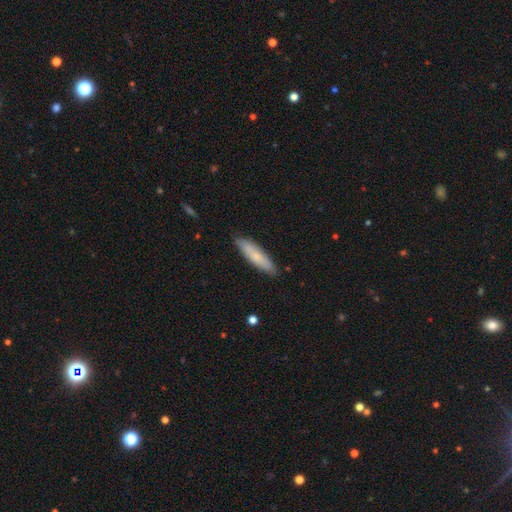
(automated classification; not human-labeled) Morphology: type=smooth (74%); roundness=cigar-shaped (73%); merging=none (87%).